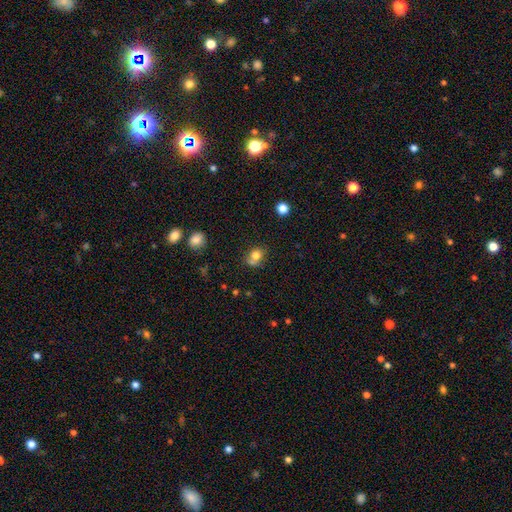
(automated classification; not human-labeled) smooth-or-featured: smooth: 76% | star or artifact: 12% | featured or disk: 12%
  how-rounded: round: 66% | in between: 33% | cigar-shaped: 1%
  merging: none: 45% | merger: 36% | minor disturbance: 14% | major disturbance: 5%